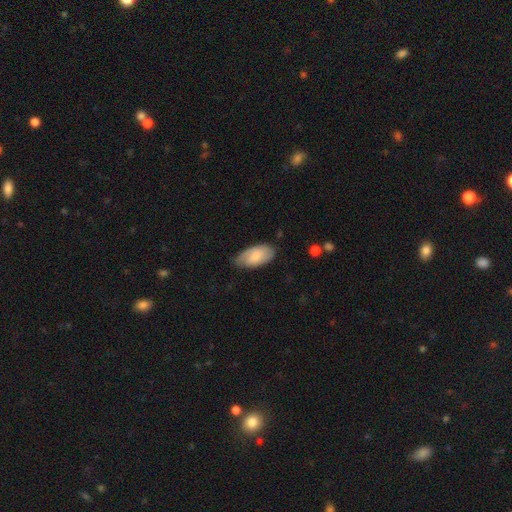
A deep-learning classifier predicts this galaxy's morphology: A smooth galaxy with no disk features (73%) that is in between round and cigar-shaped (94%). Merging: none (67%).